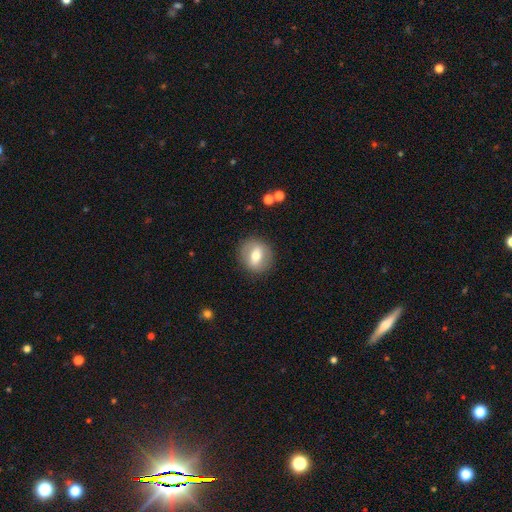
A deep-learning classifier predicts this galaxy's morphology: Smooth or featured: smooth — 57% (featured or disk — 35%)
How rounded: round — 72% (in between — 27%)
Merging: none — 87% (minor disturbance — 9%)